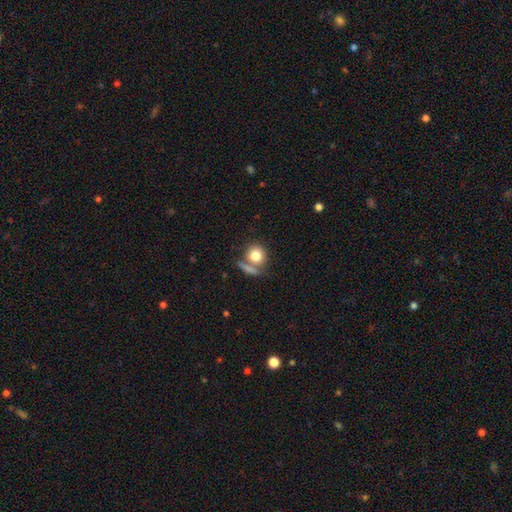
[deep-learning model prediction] A smooth galaxy with no disk features (79%) that is round (81%).

Vote fractions:
- Smooth or featured? smooth: 79% / featured or disk: 12% / star or artifact: 9%
- How rounded? round: 81% / in between: 17% / cigar-shaped: 2%
- Merging? none: 54% / merger: 28% / minor disturbance: 12% / major disturbance: 6%